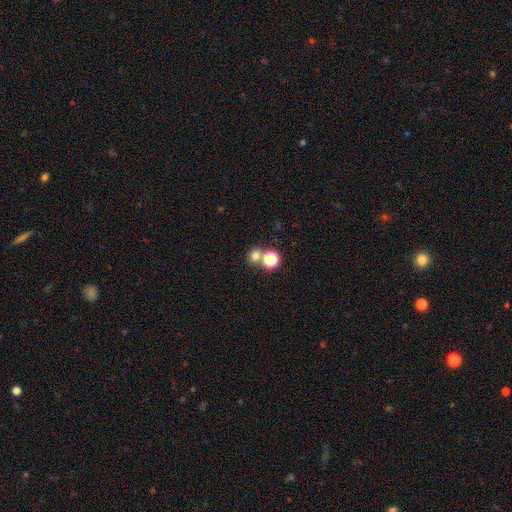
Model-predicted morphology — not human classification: The model was most divided on "merging": none: 60%, merger: 31%, minor disturbance: 7%, major disturbance: 3%. More confident: how rounded — round (79%); smooth or featured — smooth (72%).